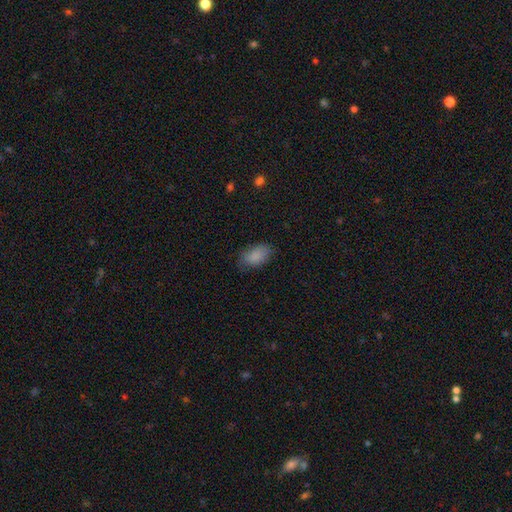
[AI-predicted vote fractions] Smooth or featured?
  - smooth: 85% *
  - star or artifact: 8%
  - featured or disk: 7%
How rounded?
  - in between: 92% *
  - round: 6%
  - cigar-shaped: 2%
Merging?
  - none: 69% *
  - minor disturbance: 23%
  - major disturbance: 6%
  - merger: 1%